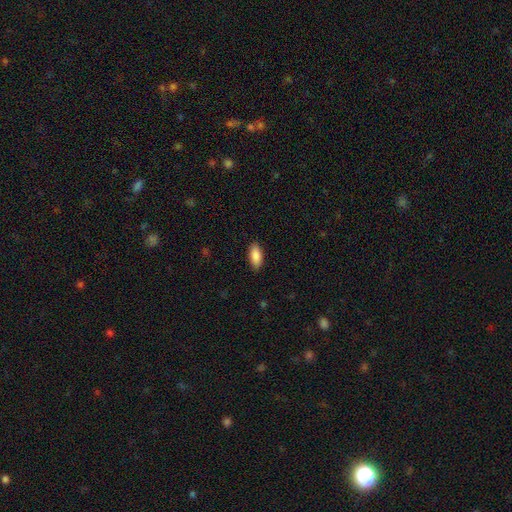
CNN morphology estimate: Q: Smooth or featured?
A: smooth (89%); runner-up: star or artifact (6%)
Q: How rounded?
A: in between (89%); runner-up: cigar-shaped (9%)
Q: Merging?
A: none (87%); runner-up: minor disturbance (10%)